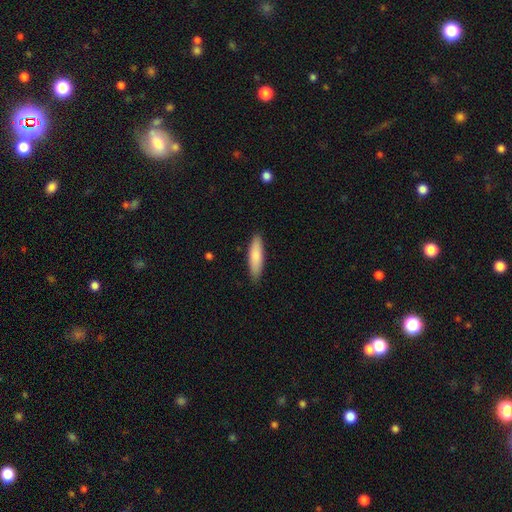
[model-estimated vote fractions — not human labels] smooth 82%, featured or disk 13%, star or artifact 5%. Down the decision tree: how rounded — cigar-shaped (69%); merging — none (88%).